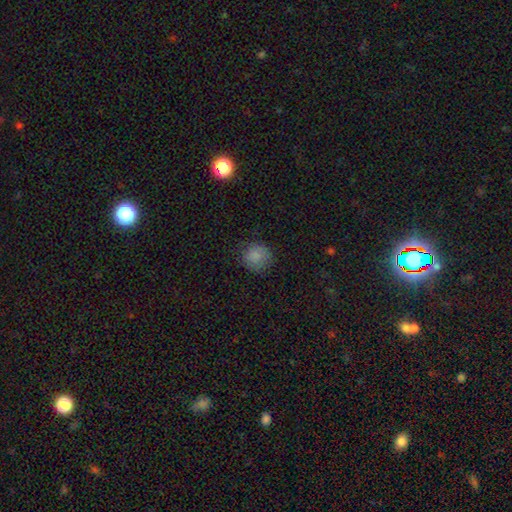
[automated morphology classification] Smooth or featured? smooth (84%)
How rounded? round (90%)
Merging? none (79%)